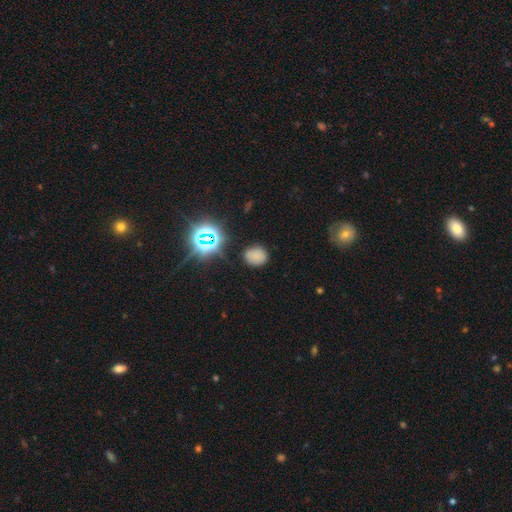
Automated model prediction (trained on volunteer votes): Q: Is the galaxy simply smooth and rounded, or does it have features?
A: smooth — 69%.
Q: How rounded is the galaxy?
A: round — 58%.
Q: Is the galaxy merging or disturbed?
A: none — 79%.